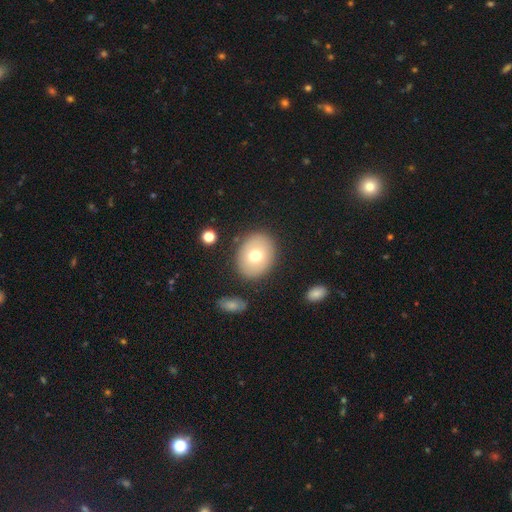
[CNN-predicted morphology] Q: Smooth or featured?
A: smooth (70%); runner-up: featured or disk (22%)
Q: How rounded?
A: round (50%); runner-up: in between (49%)
Q: Merging?
A: none (84%); runner-up: minor disturbance (10%)